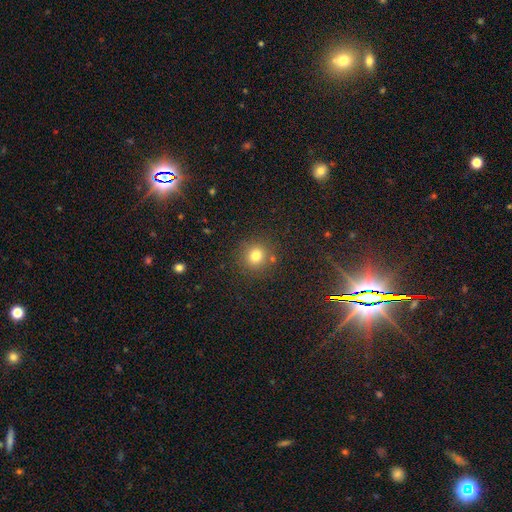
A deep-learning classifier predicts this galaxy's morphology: Overall: smooth (78%). How rounded: round (91%). Merging: none (84%).